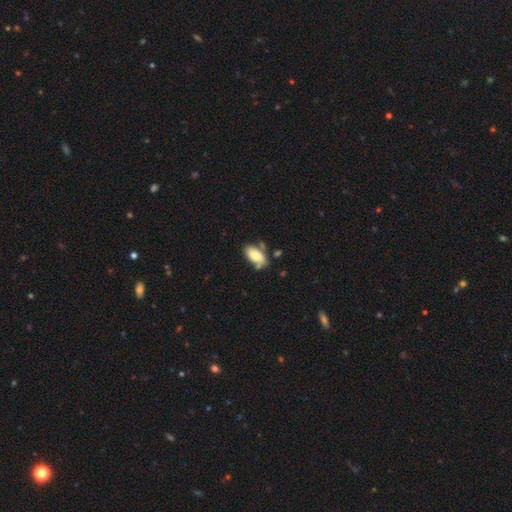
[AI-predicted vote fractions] Smooth or featured? Predicted: smooth (p=0.76). How rounded? Predicted: in between (p=0.92). Merging? Predicted: none (p=0.57).